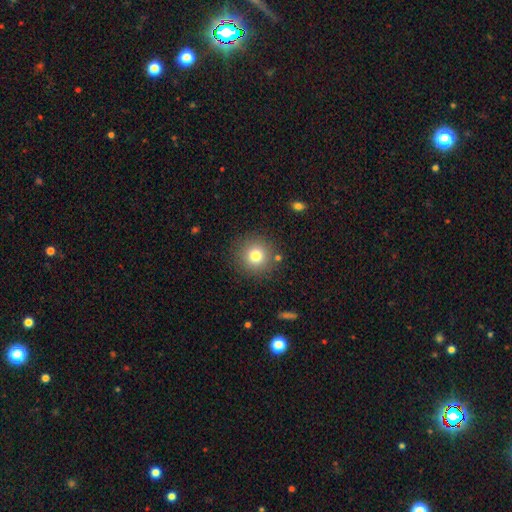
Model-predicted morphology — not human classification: type=smooth (78%); roundness=round (94%); merging=none (87%).